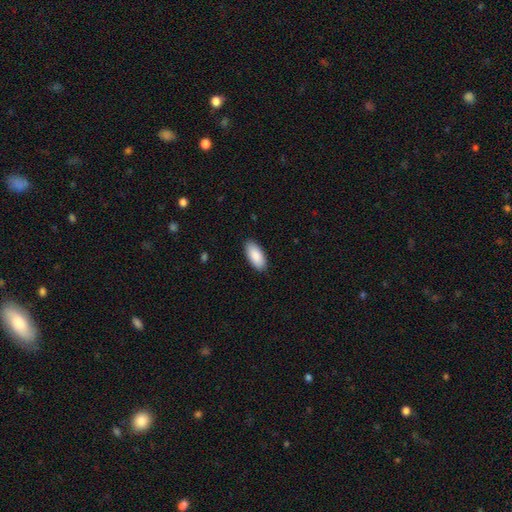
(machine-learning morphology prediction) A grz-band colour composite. It shows a smooth galaxy with no disk features (90%) that is in between round and cigar-shaped (90%). Merging: none (89%).